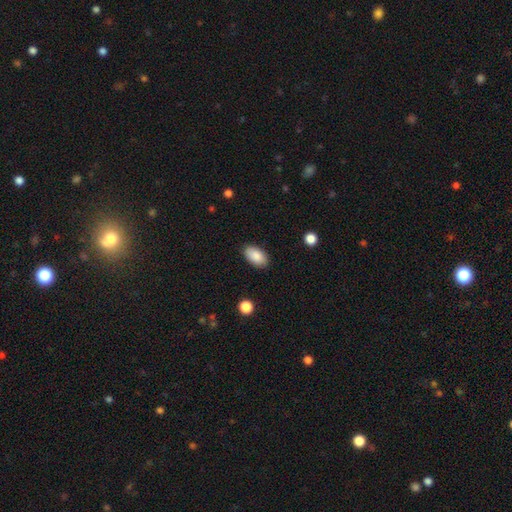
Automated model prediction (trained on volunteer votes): A smooth galaxy with no disk features (88%) that is in between round and cigar-shaped (94%). Merging: none (87%).